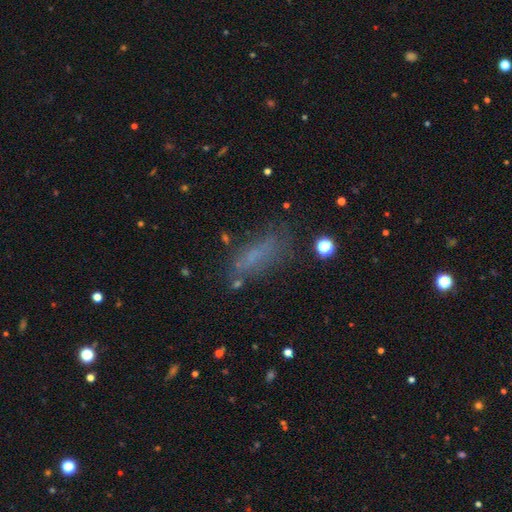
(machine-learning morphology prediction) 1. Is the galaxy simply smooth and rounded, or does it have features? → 59% smooth, 21% featured or disk, 20% star or artifact.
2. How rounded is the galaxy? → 55% in between, 41% cigar-shaped, 4% round.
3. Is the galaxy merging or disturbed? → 59% none, 22% minor disturbance, 14% major disturbance, 5% merger.